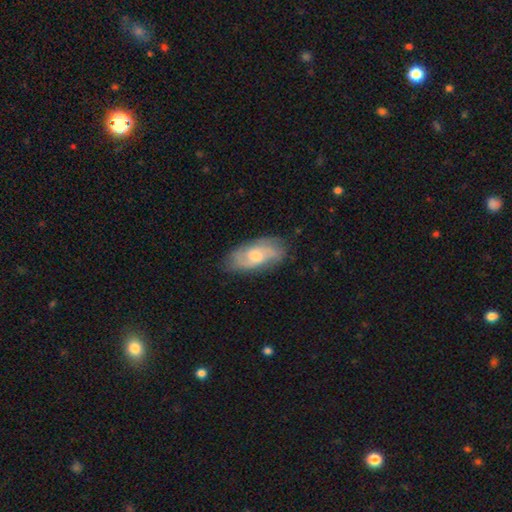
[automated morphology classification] A featured or disk galaxy (65%) with no bar (57%), 2 (59%) medium (46%) spiral arms (89%) and a moderate central bulge (63%).

Vote fractions:
- Smooth or featured? featured or disk: 65% / smooth: 29% / star or artifact: 6%
- Edge-on disk? no: 92% / yes: 8%
- Bar? no: 57% / weak: 37% / strong: 6%
- Spiral arms? yes: 89% / no: 11%
- Spiral winding? medium: 46% / tight: 31% / loose: 23%
- Spiral arm count? 2: 59% / can't tell: 21% / 3: 12% / 1: 3% / 4: 3% / more than 4: 2%
- Bulge size? moderate: 63% / small: 23% / large: 10% / none: 4% / dominant: 1%
- Merging? none: 75% / minor disturbance: 19% / major disturbance: 5% / merger: 1%